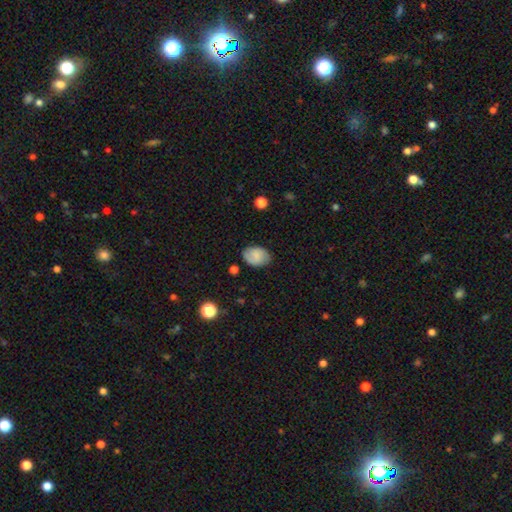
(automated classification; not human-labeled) Smooth or featured: smooth — 71% (featured or disk — 20%)
How rounded: in between — 77% (round — 22%)
Merging: none — 79% (minor disturbance — 16%)